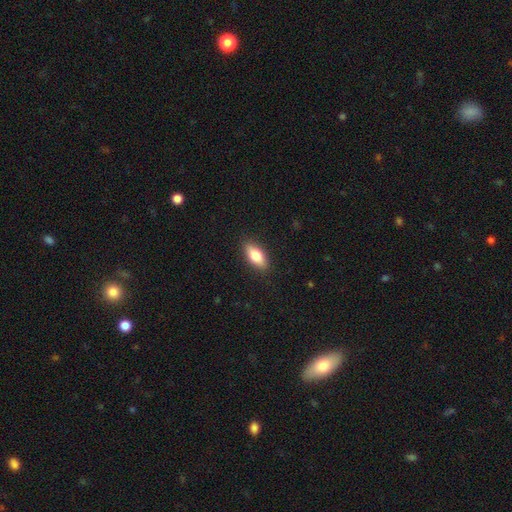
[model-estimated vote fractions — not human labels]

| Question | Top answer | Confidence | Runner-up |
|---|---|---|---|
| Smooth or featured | smooth | 79% | featured or disk (14%) |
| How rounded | in between | 83% | cigar-shaped (13%) |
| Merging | none | 88% | minor disturbance (9%) |